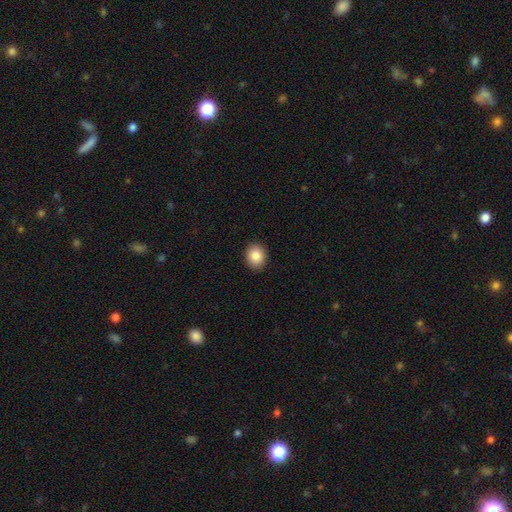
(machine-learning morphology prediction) Smooth or featured? Predicted: smooth (p=0.86). How rounded? Predicted: round (p=0.59). Merging? Predicted: none (p=0.91).